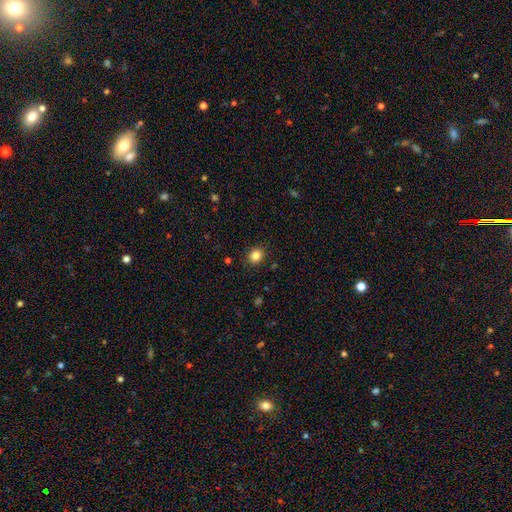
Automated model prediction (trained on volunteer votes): Smooth or featured?
  - smooth: 84% *
  - star or artifact: 11%
  - featured or disk: 5%
How rounded?
  - round: 70% *
  - in between: 29%
  - cigar-shaped: 1%
Merging?
  - none: 89% *
  - minor disturbance: 8%
  - major disturbance: 2%
  - merger: 1%